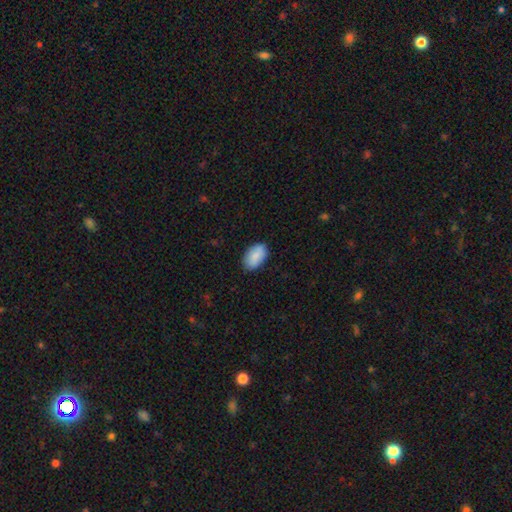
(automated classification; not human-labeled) The model was most divided on "merging": none: 86%, minor disturbance: 11%, major disturbance: 2%, merger: 1%. More confident: how rounded — in between (94%); smooth or featured — smooth (88%).